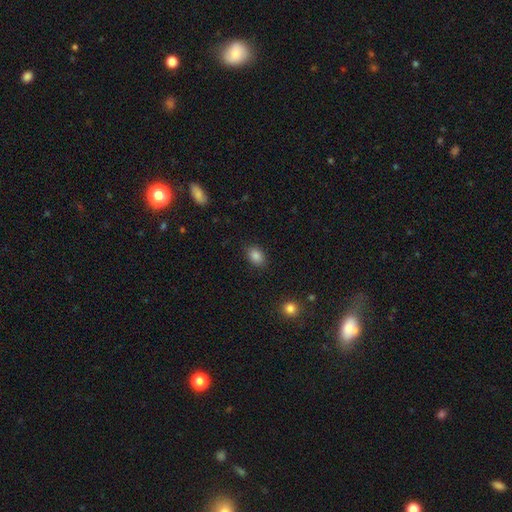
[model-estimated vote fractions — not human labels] Q: Smooth or featured?
A: smooth (86%); runner-up: star or artifact (10%)
Q: How rounded?
A: in between (78%); runner-up: round (21%)
Q: Merging?
A: none (87%); runner-up: minor disturbance (10%)